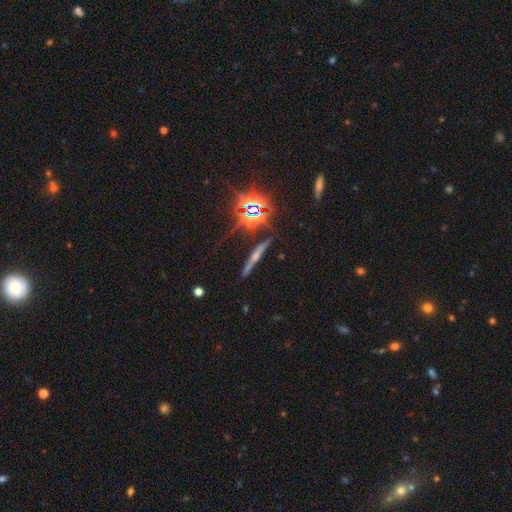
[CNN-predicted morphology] Smooth or featured: featured or disk — 47% (star or artifact — 28%)
Merging: none — 81% (minor disturbance — 13%)